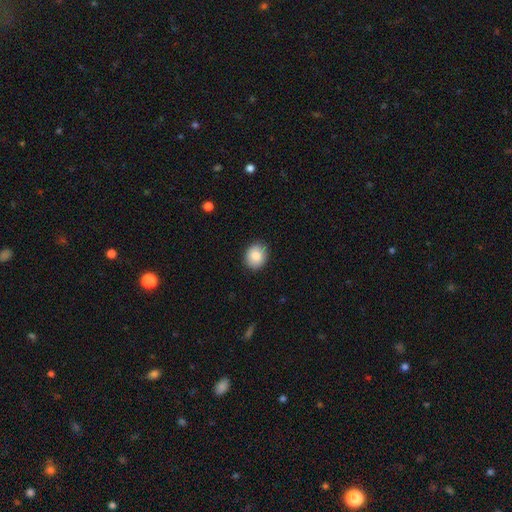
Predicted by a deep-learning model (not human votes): This is clearly a smooth galaxy (85%). How rounded: likely round (62%). Merging: clearly none (89%).